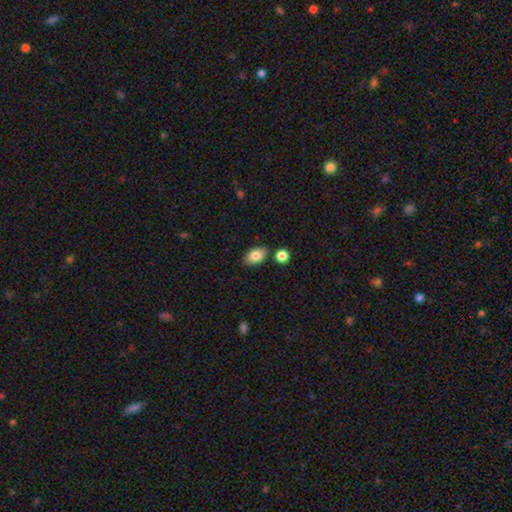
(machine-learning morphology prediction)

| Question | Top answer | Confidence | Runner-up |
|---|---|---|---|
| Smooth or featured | smooth | 84% | featured or disk (9%) |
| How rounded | in between | 89% | round (9%) |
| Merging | none | 80% | minor disturbance (11%) |